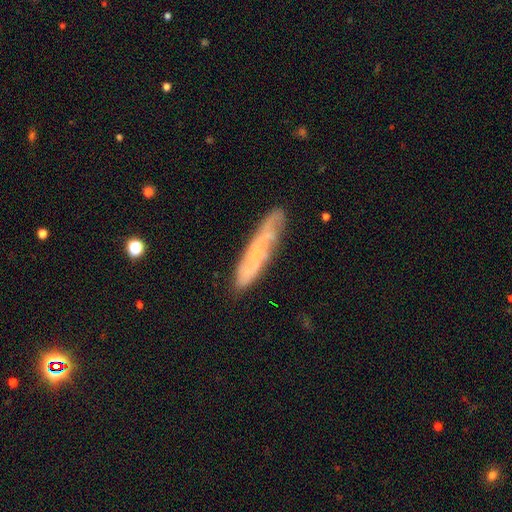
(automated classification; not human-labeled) featured or disk 56%, smooth 36%, star or artifact 8%. Down the decision tree: edge-on disk — yes (50%, tied with no); merging — none (75%).